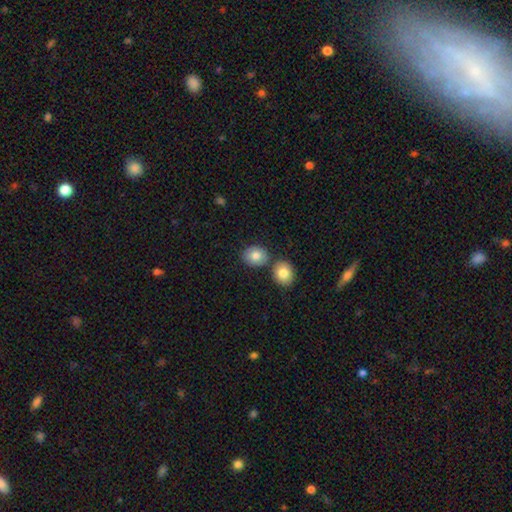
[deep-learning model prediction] Smooth or featured? smooth (82%)
How rounded? round (61%)
Merging? none (69%)